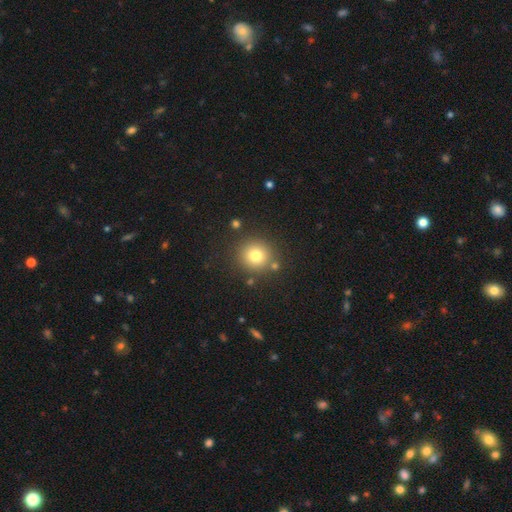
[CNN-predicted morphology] The model was most divided on "smooth or featured": smooth: 78%, star or artifact: 13%, featured or disk: 9%. More confident: how rounded — round (91%); merging — none (84%).